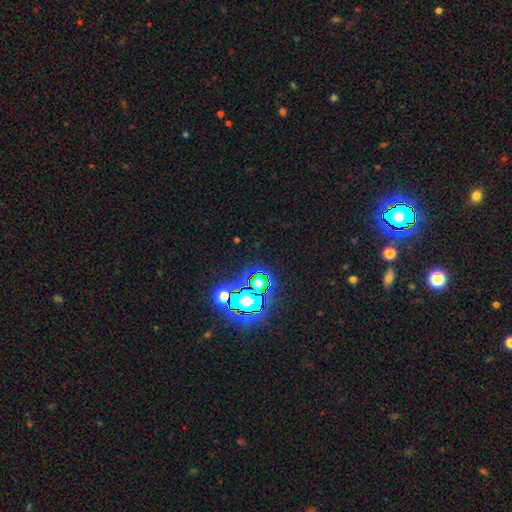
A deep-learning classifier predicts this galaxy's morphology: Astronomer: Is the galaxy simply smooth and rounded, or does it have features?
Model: star or artifact — 81%.